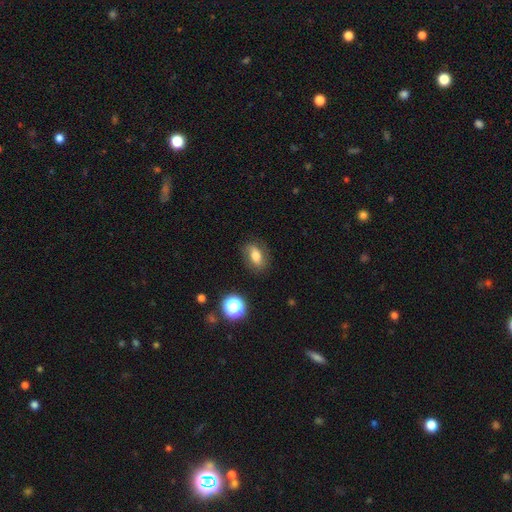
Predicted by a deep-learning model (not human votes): Overall: smooth (61%; featured or disk 28%). How rounded: in between (78%). Merging: none (76%).